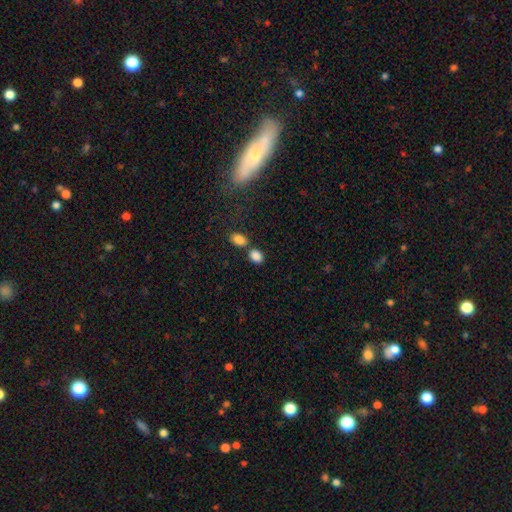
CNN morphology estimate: This appears to be a smooth galaxy with no disk features (85%) that is in between round and cigar-shaped (77%). Merging: none (58%).